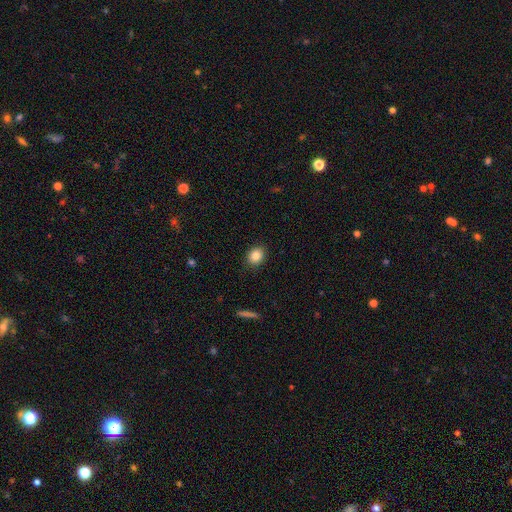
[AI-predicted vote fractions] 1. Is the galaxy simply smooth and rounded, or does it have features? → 84% smooth, 9% star or artifact, 6% featured or disk.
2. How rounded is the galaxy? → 56% round, 43% in between, 1% cigar-shaped.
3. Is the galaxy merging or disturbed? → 89% none, 8% minor disturbance, 2% major disturbance, 1% merger.